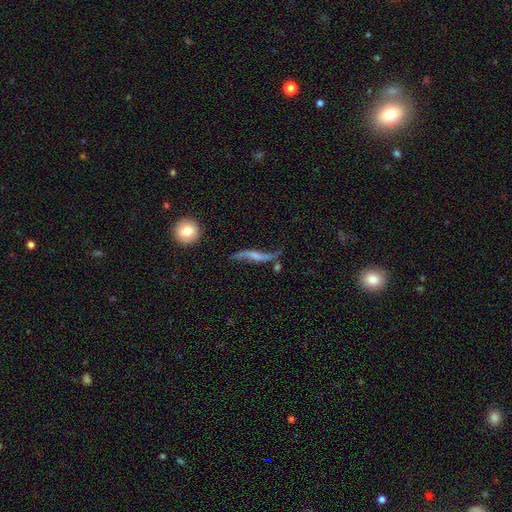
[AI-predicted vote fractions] The model was most divided on "bulge size": small: 37%, none: 35%, moderate: 21%, large: 4%, dominant: 2%. Remaining: spiral arms — yes (89%); edge-on disk — no (75%); smooth or featured — featured or disk (75%); merging — none (53%); bar — no (44%).